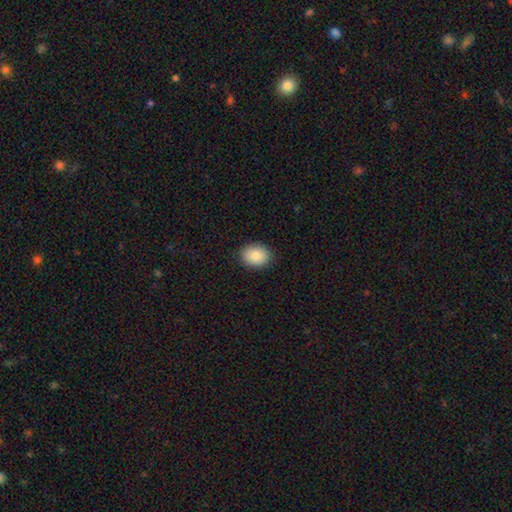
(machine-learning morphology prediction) smooth-or-featured: smooth: 86% | star or artifact: 8% | featured or disk: 6%
  how-rounded: in between: 59% | round: 40% | cigar-shaped: 1%
  merging: none: 89% | minor disturbance: 8% | major disturbance: 2% | merger: 1%